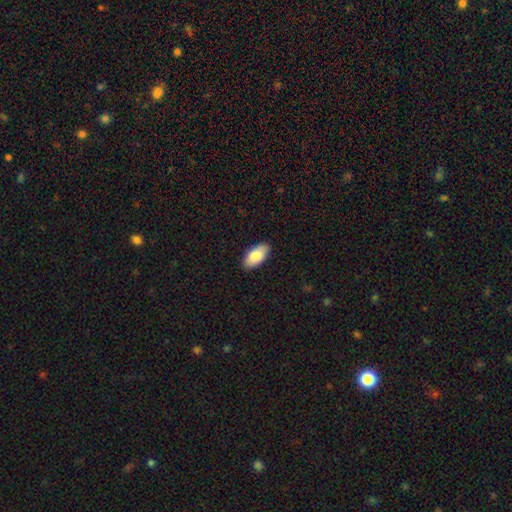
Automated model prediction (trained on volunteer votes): Q: Smooth or featured?
A: smooth (86%); runner-up: featured or disk (8%)
Q: How rounded?
A: in between (94%); runner-up: cigar-shaped (4%)
Q: Merging?
A: none (88%); runner-up: minor disturbance (9%)